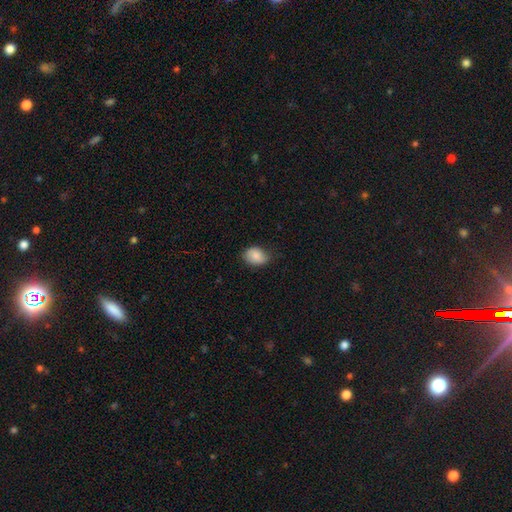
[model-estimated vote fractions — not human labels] The model was most divided on "how rounded": in between: 68%, round: 31%, cigar-shaped: 1%. More confident: smooth or featured — smooth (83%); merging — none (71%).